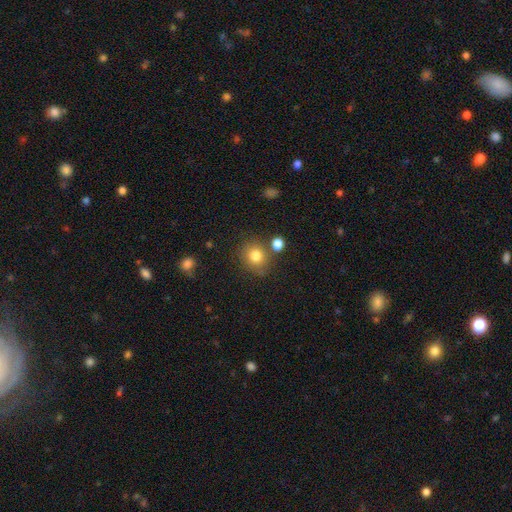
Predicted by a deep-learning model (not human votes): This appears to be a smooth galaxy with no disk features (80%) that is round (80%). Merging: none (74%).